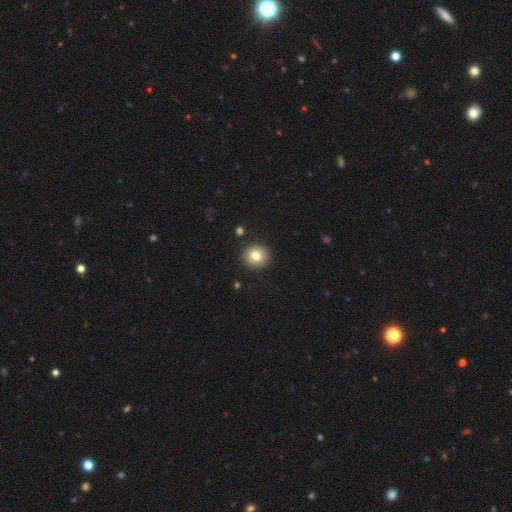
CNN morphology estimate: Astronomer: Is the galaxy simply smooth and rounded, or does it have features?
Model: smooth — 79%.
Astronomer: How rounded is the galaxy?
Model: round — 90%.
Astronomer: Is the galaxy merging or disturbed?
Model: none — 90%.